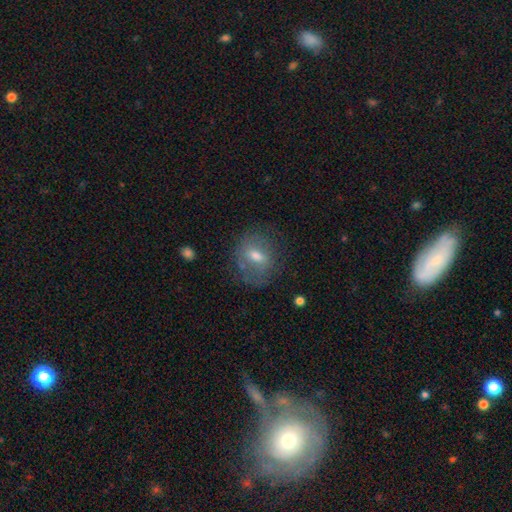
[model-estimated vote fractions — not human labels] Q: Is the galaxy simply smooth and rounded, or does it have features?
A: smooth — 47%.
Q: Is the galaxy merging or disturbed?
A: none — 74%.